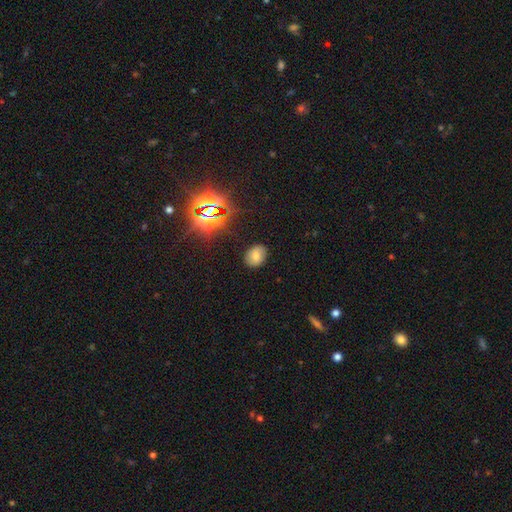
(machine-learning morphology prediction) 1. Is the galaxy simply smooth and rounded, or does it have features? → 57% smooth, 28% star or artifact, 15% featured or disk.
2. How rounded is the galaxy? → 62% in between, 36% round, 1% cigar-shaped.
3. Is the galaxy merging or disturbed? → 85% none, 10% minor disturbance, 3% major disturbance, 1% merger.